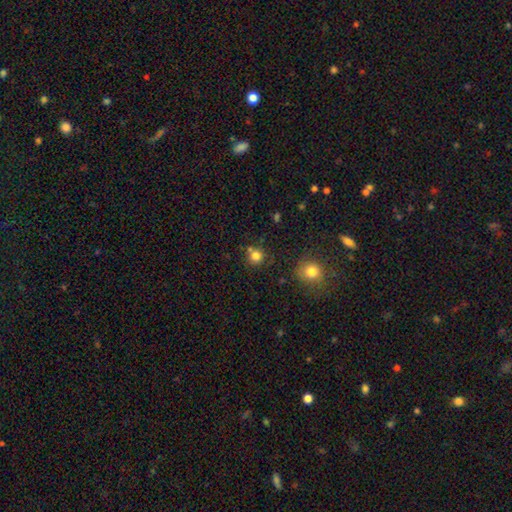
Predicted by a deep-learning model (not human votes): The model was most divided on "merging": none: 74%, merger: 13%, minor disturbance: 10%, major disturbance: 3%. More confident: how rounded — round (92%); smooth or featured — smooth (81%).